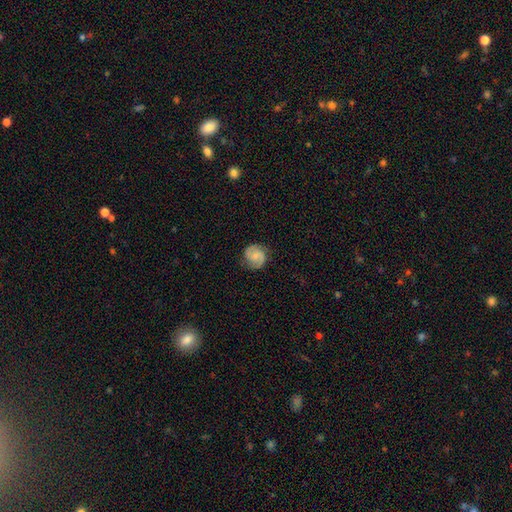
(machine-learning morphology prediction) smooth-or-featured: featured or disk: 78% | smooth: 16% | star or artifact: 6%
  disk-edge-on: no: 98% | yes: 2%
    bar: no: 56% | weak: 37% | strong: 7%
    has-spiral-arms: yes: 97% | no: 3%
      spiral-winding: medium: 49% | tight: 39% | loose: 12%
      spiral-arm-count: 2: 92% | can't tell: 3% | 1: 2% | 3: 1% | 4: 1% | more than 4: 1%
    bulge-size: small: 53% | moderate: 26% | none: 18% | large: 2% | dominant: 1%
  merging: none: 84% | minor disturbance: 12% | major disturbance: 3% | merger: 1%